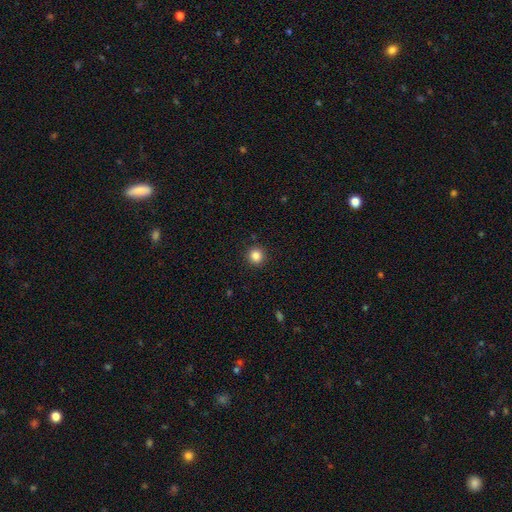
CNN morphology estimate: Overall: smooth (85%). How rounded: round (93%). Merging: none (92%).